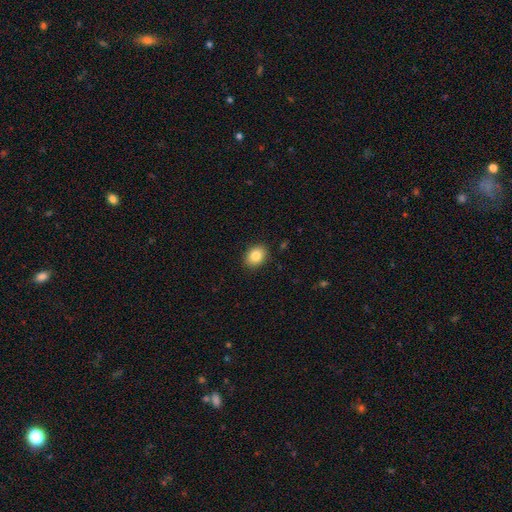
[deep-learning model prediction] Smooth or featured? smooth (85%)
How rounded? in between (61%)
Merging? none (89%)